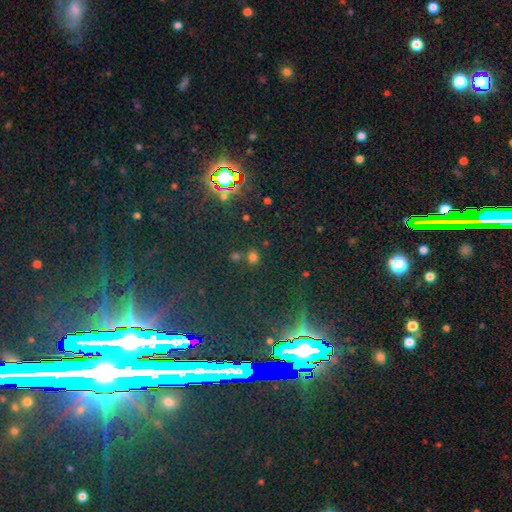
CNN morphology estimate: Smooth or featured: star or artifact — 80% (smooth — 10%)